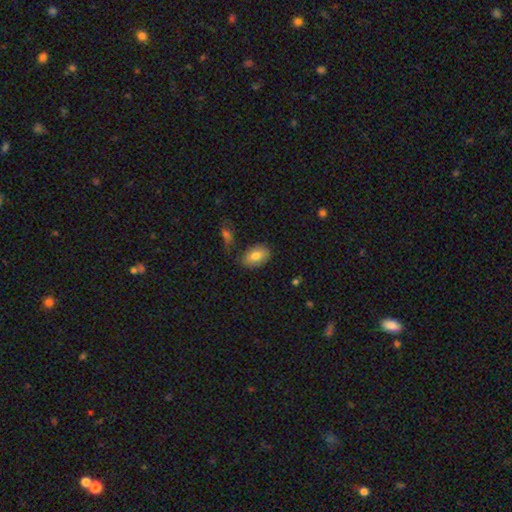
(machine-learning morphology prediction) smooth_or_featured: smooth (p=0.80) [alt: featured or disk p=0.13]
how_rounded: in between (p=0.90) [alt: round p=0.09]
merging: none (p=0.78) [alt: minor disturbance p=0.15]